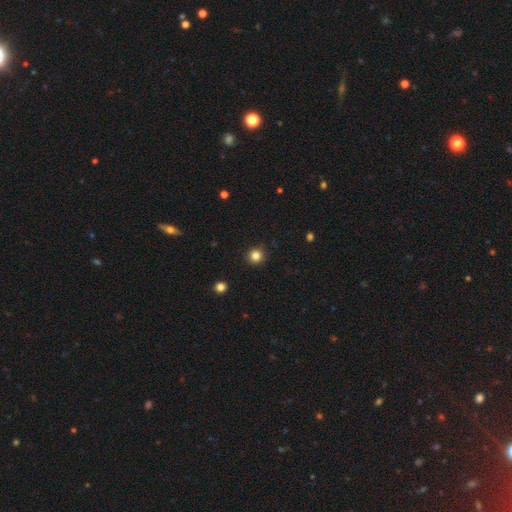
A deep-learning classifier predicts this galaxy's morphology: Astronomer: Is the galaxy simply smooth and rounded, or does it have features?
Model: smooth — 84%.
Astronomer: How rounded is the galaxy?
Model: round — 94%.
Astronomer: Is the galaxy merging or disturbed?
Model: none — 91%.